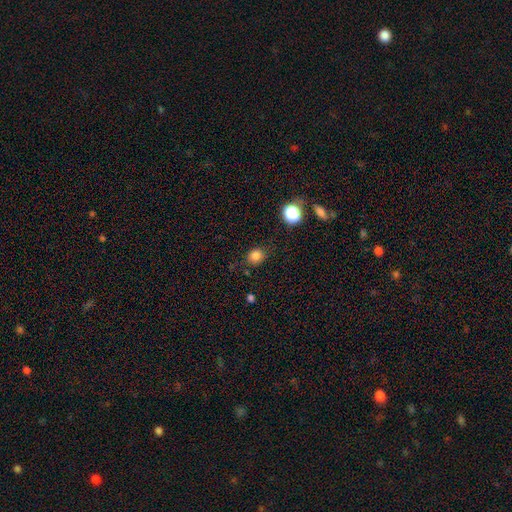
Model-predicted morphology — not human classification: This appears to be a smooth galaxy with no disk features (82%) that is round (69%). Merging: none (81%).